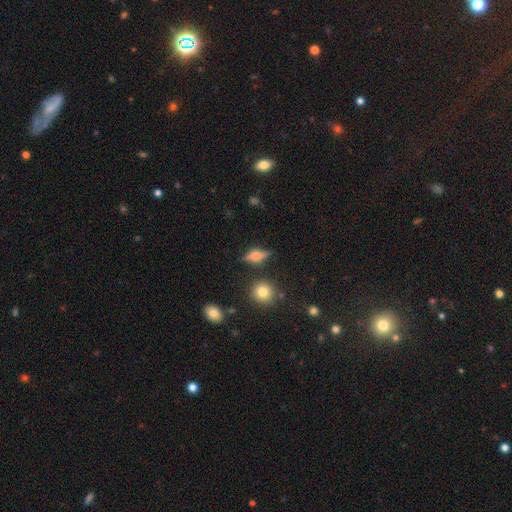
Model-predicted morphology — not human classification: featured or disk 56%, smooth 34%, star or artifact 10%. Down the decision tree: edge-on disk — yes (89%); edge-on bulge — rounded (89%); merging — none (75%).